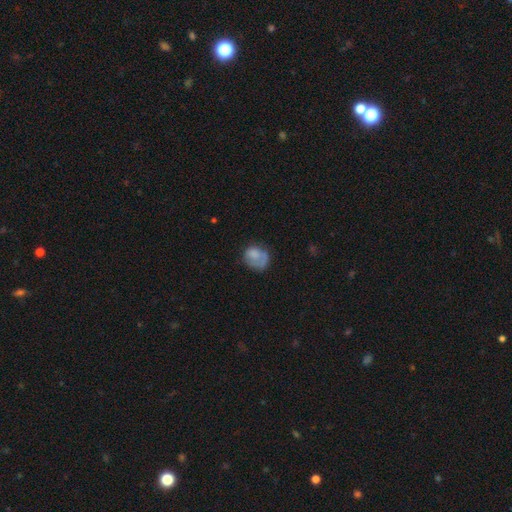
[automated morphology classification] This appears to be a smooth galaxy with no disk features (67%) that is round (61%). Merging: none (44%).